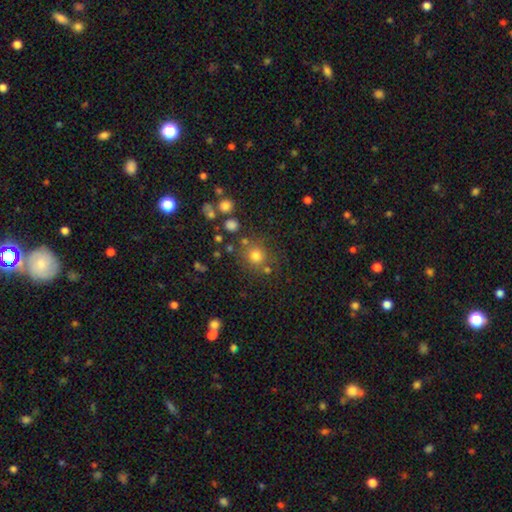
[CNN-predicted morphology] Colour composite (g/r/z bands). It shows a smooth galaxy with no disk features (76%) that is round (90%). Merging: none (76%).